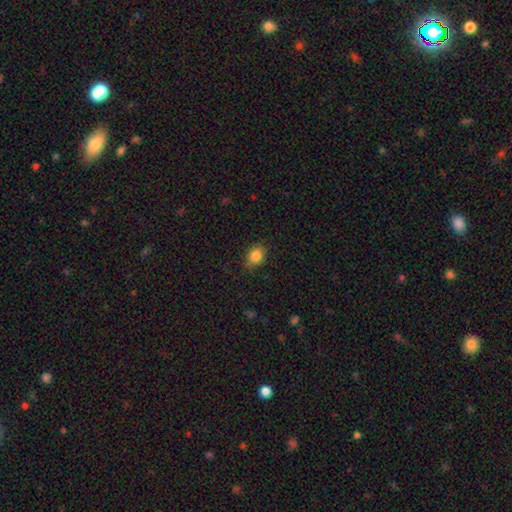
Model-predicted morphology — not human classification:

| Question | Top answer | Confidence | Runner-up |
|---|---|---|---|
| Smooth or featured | smooth | 85% | star or artifact (9%) |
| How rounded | in between | 63% | round (36%) |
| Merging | none | 80% | minor disturbance (16%) |